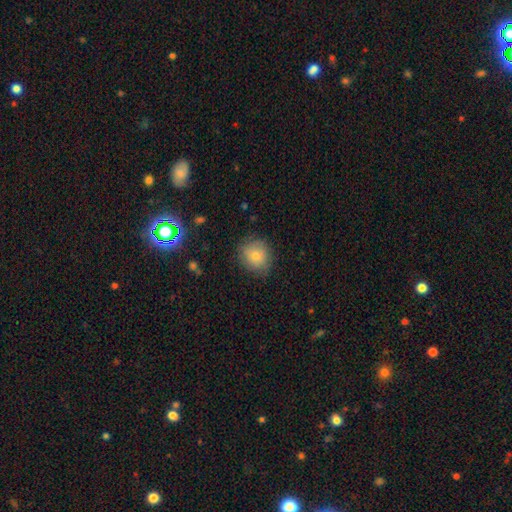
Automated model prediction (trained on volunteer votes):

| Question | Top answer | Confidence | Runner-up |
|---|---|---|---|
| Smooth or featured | smooth | 80% | featured or disk (11%) |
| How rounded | round | 81% | in between (18%) |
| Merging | none | 80% | minor disturbance (15%) |